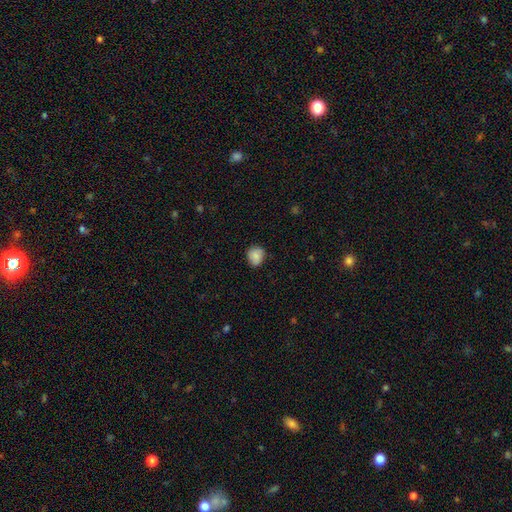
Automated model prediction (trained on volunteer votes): Smooth or featured: smooth — 83% (star or artifact — 8%)
How rounded: round — 76% (in between — 23%)
Merging: none — 77% (minor disturbance — 19%)